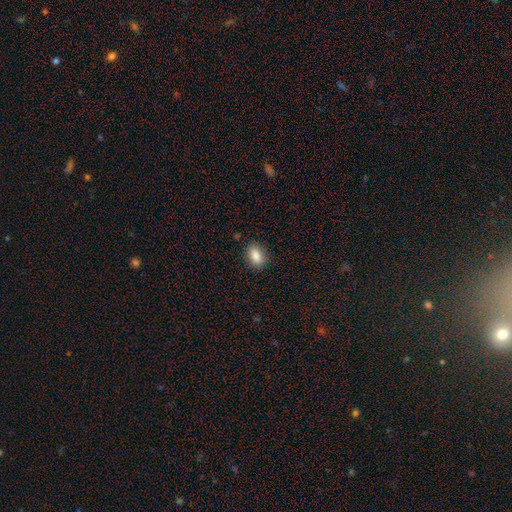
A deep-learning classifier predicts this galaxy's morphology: Smooth or featured? Predicted: smooth (p=0.87). How rounded? Predicted: in between (p=0.82). Merging? Predicted: none (p=0.86).